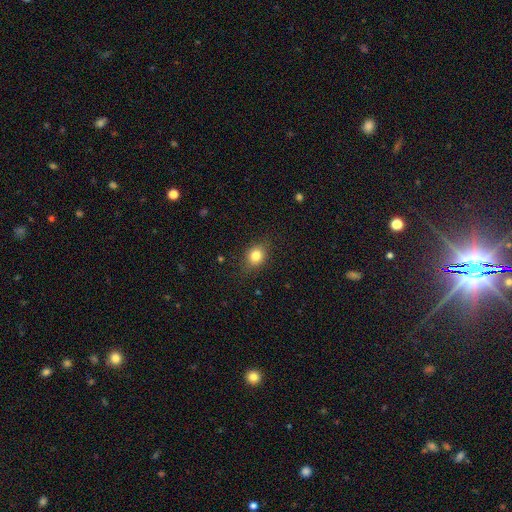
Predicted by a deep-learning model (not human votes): smooth 80%, star or artifact 11%, featured or disk 9%. Down the decision tree: how rounded — round (53%); merging — none (81%).